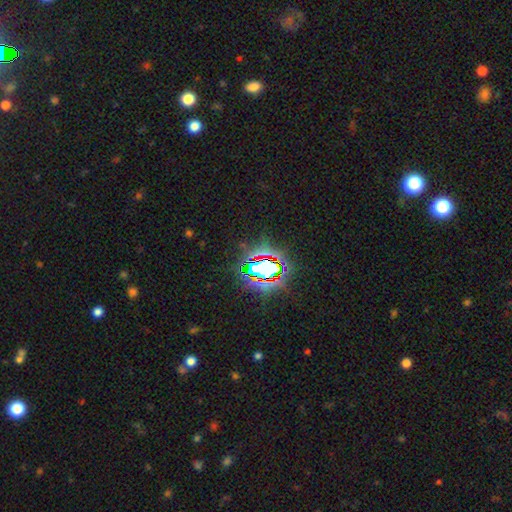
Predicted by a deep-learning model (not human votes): Smooth or featured?
  - star or artifact: 81% *
  - smooth: 11%
  - featured or disk: 8%